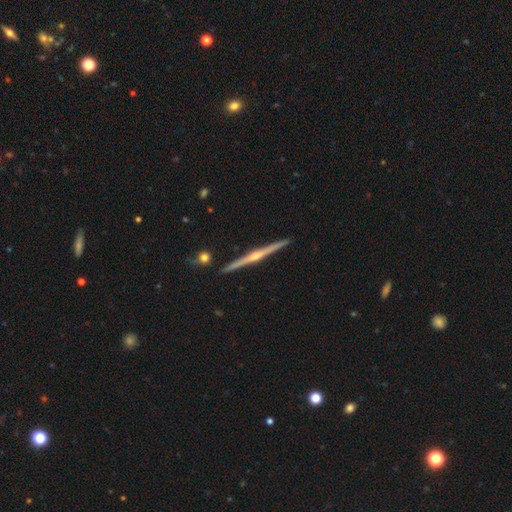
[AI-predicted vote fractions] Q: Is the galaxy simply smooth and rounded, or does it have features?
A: featured or disk — 85%.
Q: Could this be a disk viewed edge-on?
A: yes — 99%.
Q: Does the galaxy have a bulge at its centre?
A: rounded — 88%.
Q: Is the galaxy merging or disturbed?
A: none — 92%.